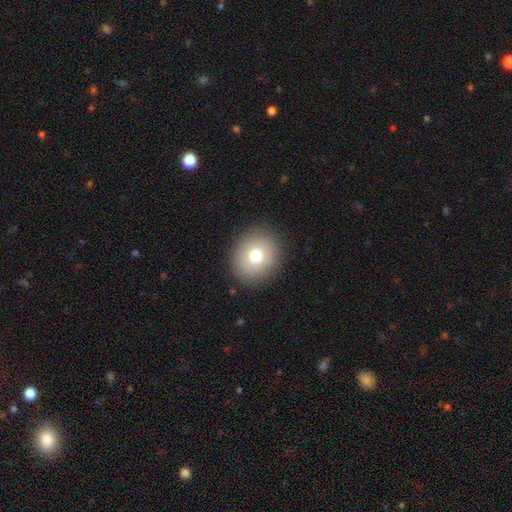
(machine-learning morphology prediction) smooth 75%, featured or disk 14%, star or artifact 11%. Down the decision tree: how rounded — round (74%); merging — none (89%).